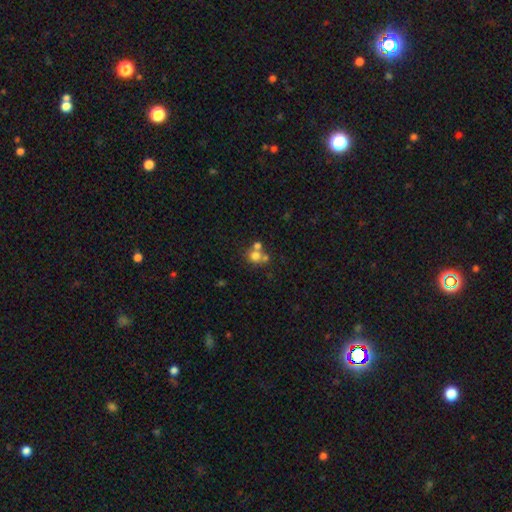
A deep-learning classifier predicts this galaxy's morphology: Smooth or featured: smooth — 69% (featured or disk — 17%)
How rounded: round — 79% (in between — 20%)
Merging: merger — 45% (none — 42%)